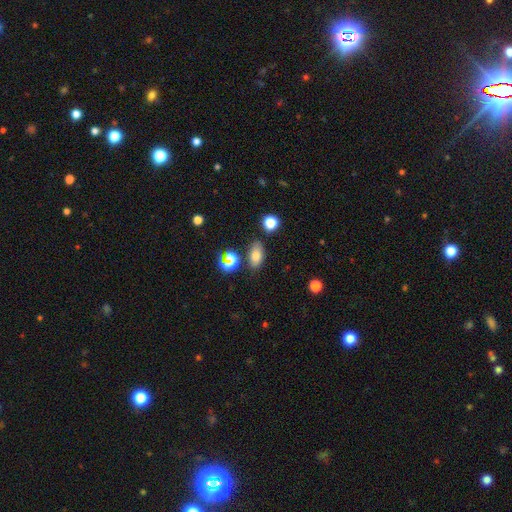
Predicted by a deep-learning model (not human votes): Morphology: type=smooth (73%); roundness=in between (84%); merging=none (78%).